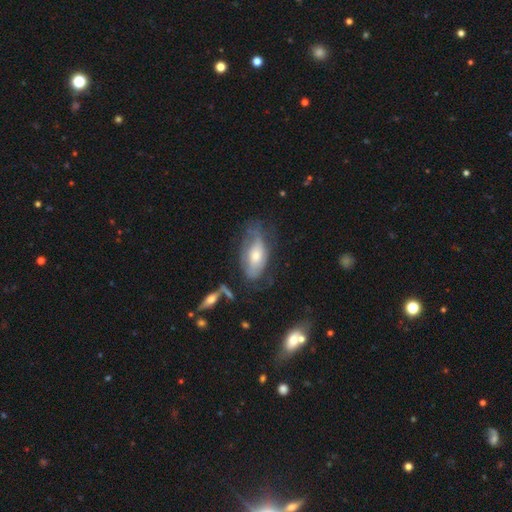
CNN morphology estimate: smooth-or-featured: featured or disk: 53% | smooth: 39% | star or artifact: 8%
  disk-edge-on: no: 83% | yes: 17%
  merging: none: 51% | minor disturbance: 28% | major disturbance: 17% | merger: 4%